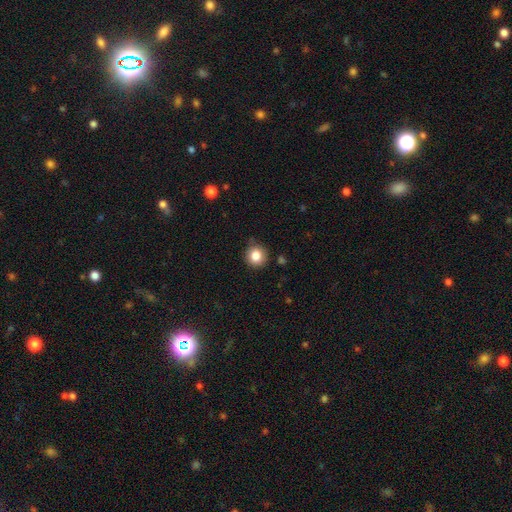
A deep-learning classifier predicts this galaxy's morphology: Smooth or featured? Predicted: smooth (p=0.83). How rounded? Predicted: round (p=0.91). Merging? Predicted: none (p=0.83).